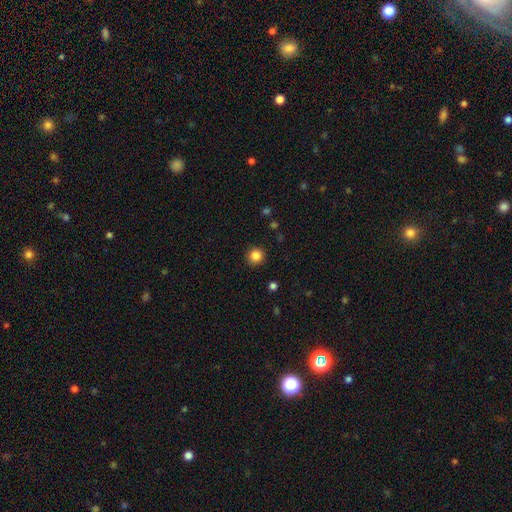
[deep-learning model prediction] Smooth or featured? Predicted: smooth (p=0.85). How rounded? Predicted: round (p=0.94). Merging? Predicted: none (p=0.91).